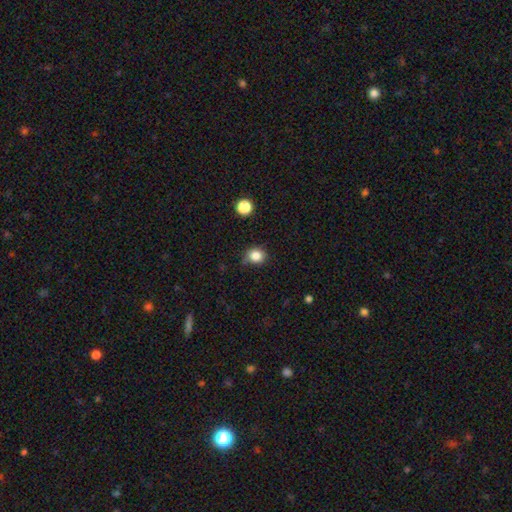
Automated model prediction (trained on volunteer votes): smooth_or_featured: smooth (p=0.83) [alt: star or artifact p=0.12]
how_rounded: round (p=0.79) [alt: in between p=0.20]
merging: none (p=0.73) [alt: minor disturbance p=0.21]